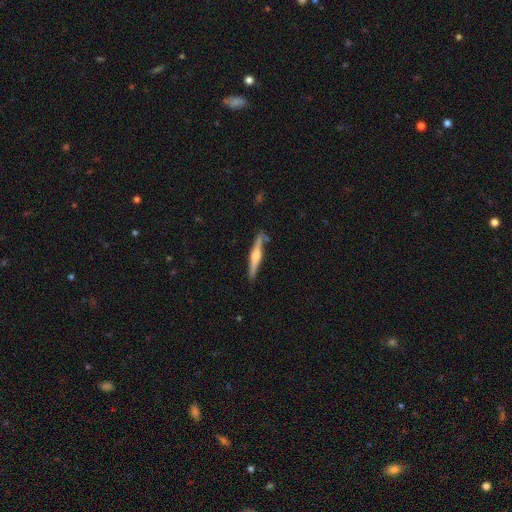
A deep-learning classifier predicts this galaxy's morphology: Smooth or featured? featured or disk (66%)
Edge-on disk? yes (97%)
Edge-on bulge? rounded (84%)
Merging? none (83%)